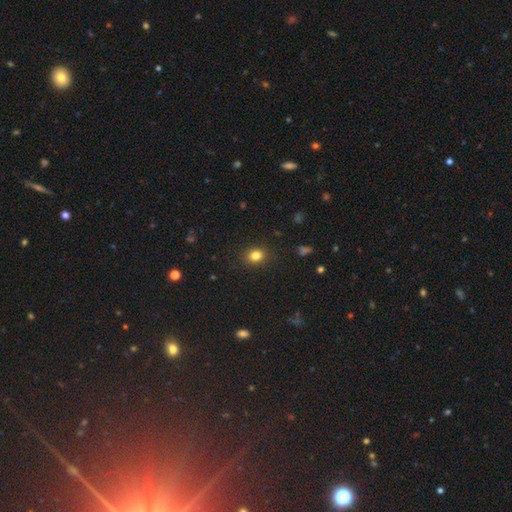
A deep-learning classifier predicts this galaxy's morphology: Q: Smooth or featured?
A: smooth (82%); runner-up: star or artifact (12%)
Q: How rounded?
A: round (58%); runner-up: in between (41%)
Q: Merging?
A: none (88%); runner-up: minor disturbance (8%)